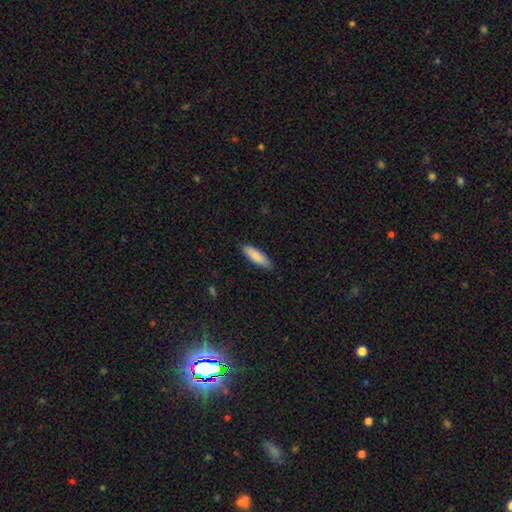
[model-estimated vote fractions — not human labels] The model was most divided on "how rounded": cigar-shaped: 57%, in between: 41%, round: 1%. More confident: smooth or featured — smooth (87%); merging — none (85%).